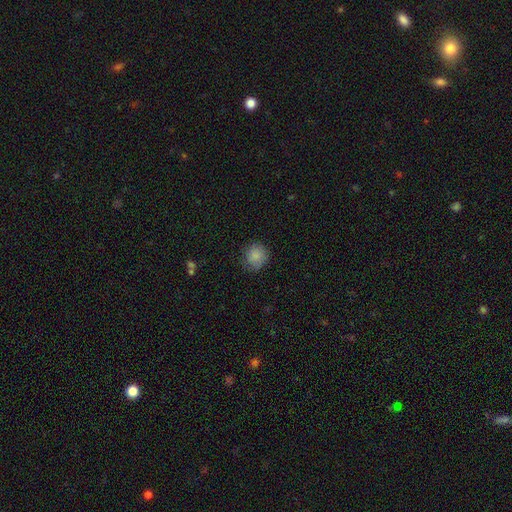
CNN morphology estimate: A smooth galaxy with no disk features (85%) that is round (84%). Merging: none (72%).